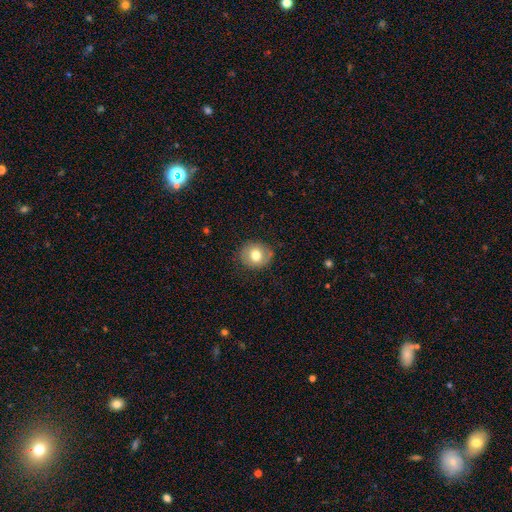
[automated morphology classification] Smooth or featured: smooth — 73% (featured or disk — 19%)
How rounded: round — 73% (in between — 26%)
Merging: none — 82% (minor disturbance — 13%)